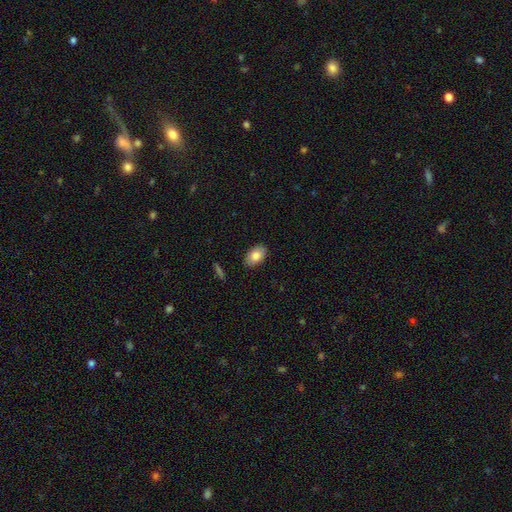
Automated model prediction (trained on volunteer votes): Smooth or featured? Predicted: smooth (p=0.84). How rounded? Predicted: in between (p=0.92). Merging? Predicted: none (p=0.88).